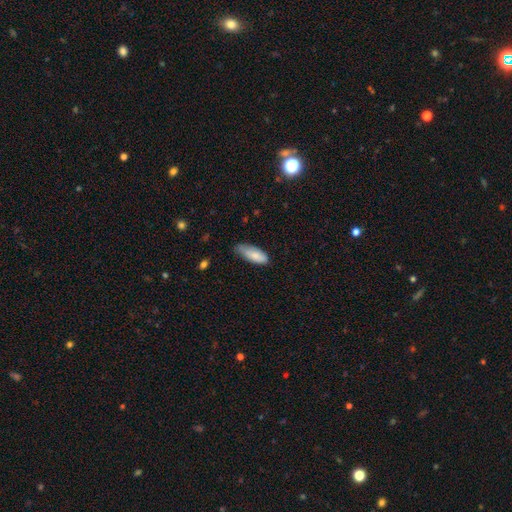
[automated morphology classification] This is clearly a smooth galaxy (84%). How rounded: likely in between (72%). Merging: possibly none (53%).